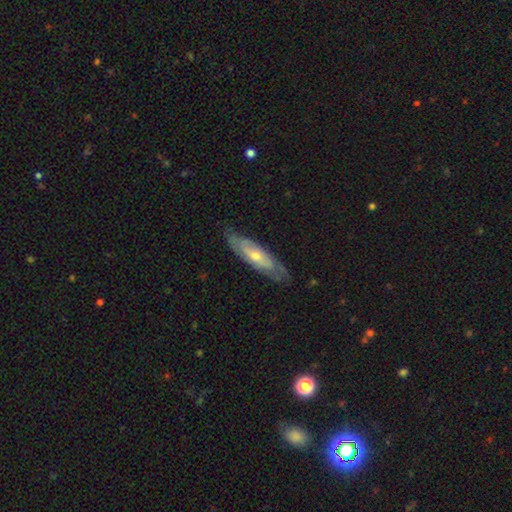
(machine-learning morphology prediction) A featured or disk galaxy (60%).

Vote fractions:
- Smooth or featured? featured or disk: 60% / smooth: 34% / star or artifact: 6%
- Edge-on disk? no: 64% / yes: 36%
- Merging? none: 77% / minor disturbance: 18% / major disturbance: 4% / merger: 1%